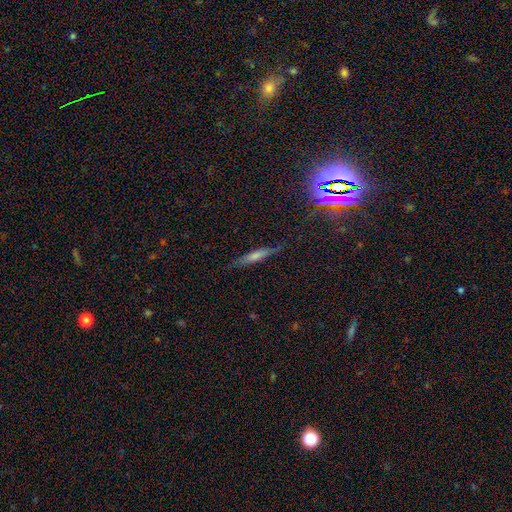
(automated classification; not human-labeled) Overall: smooth (52%; featured or disk 33%). How rounded: cigar-shaped (87%). Merging: none (80%).